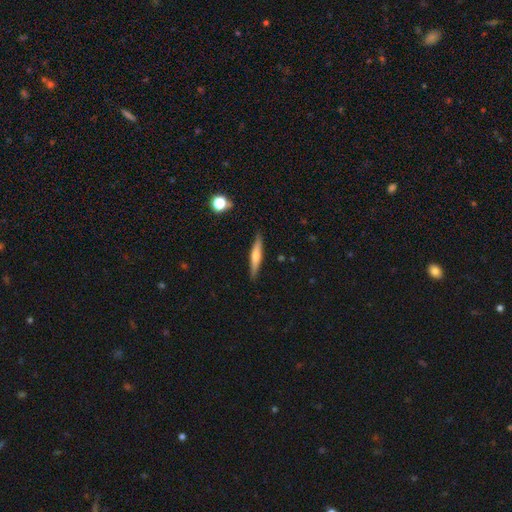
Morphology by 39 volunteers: Q: Smooth or featured?
A: featured or disk (49%); runner-up: smooth (46%)
Q: Edge-on disk?
A: yes (95%); runner-up: no (5%)
Q: Edge-on bulge?
A: rounded (72%); runner-up: none (22%)
Q: Merging?
A: none (86%); runner-up: minor disturbance (11%)